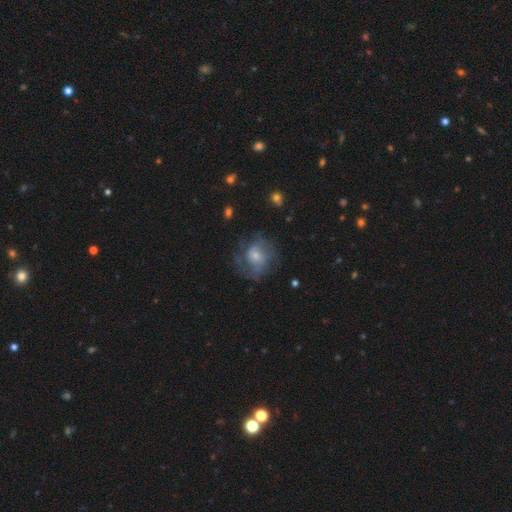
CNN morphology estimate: featured or disk 57%, smooth 35%, star or artifact 9%. Down the decision tree: edge-on disk — no (97%); bar — no (68%); spiral arms — yes (78%); bulge size — small (51%); merging — none (56%).